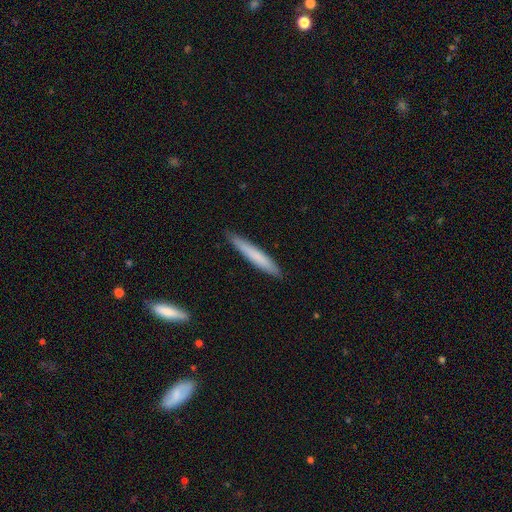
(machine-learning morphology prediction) This is likely a smooth galaxy (74%). How rounded: clearly cigar-shaped (95%). Merging: clearly none (89%).